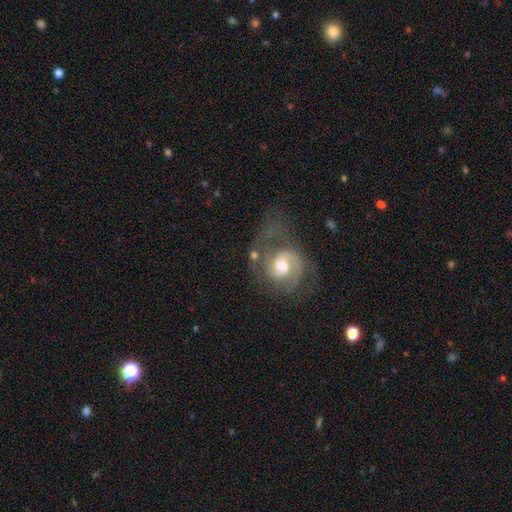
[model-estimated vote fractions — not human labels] This is clearly a featured or disk galaxy (83%). It is clearly not viewed edge-on (98%). Bar: possibly no (51%). Spiral arm pattern: clearly yes (94%). Spiral arm count: likely 2 (72%). Spiral winding: possibly medium (46%). Central bulge: likely moderate (66%). Merging: possibly none (53%).